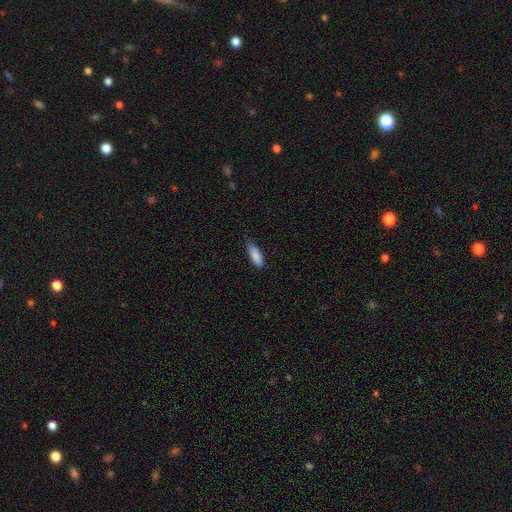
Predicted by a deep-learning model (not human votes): smooth 88%, star or artifact 6%, featured or disk 6%. Down the decision tree: how rounded — in between (63%); merging — none (73%).